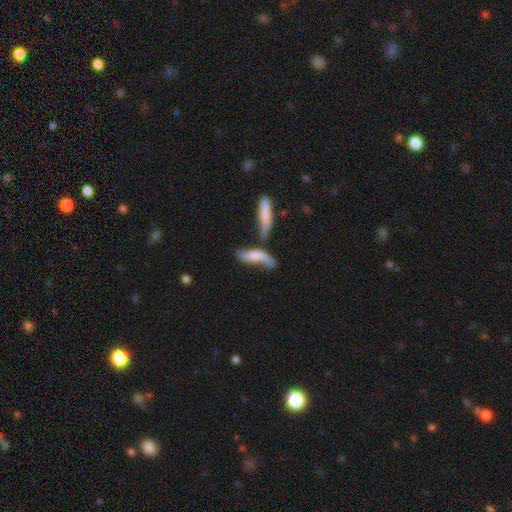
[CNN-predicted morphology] smooth-or-featured: smooth: 47% | featured or disk: 45% | star or artifact: 8%
  merging: merger: 37% | none: 31% | minor disturbance: 17% | major disturbance: 15%